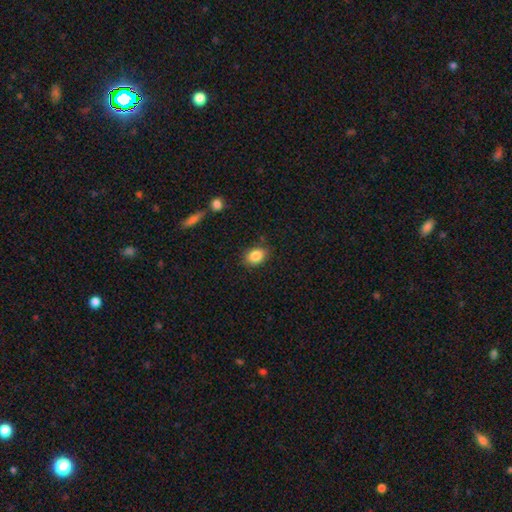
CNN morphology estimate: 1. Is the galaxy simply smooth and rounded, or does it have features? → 85% smooth, 9% star or artifact, 6% featured or disk.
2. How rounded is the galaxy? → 69% in between, 29% round, 1% cigar-shaped.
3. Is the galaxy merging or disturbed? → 83% none, 12% minor disturbance, 3% major disturbance, 2% merger.